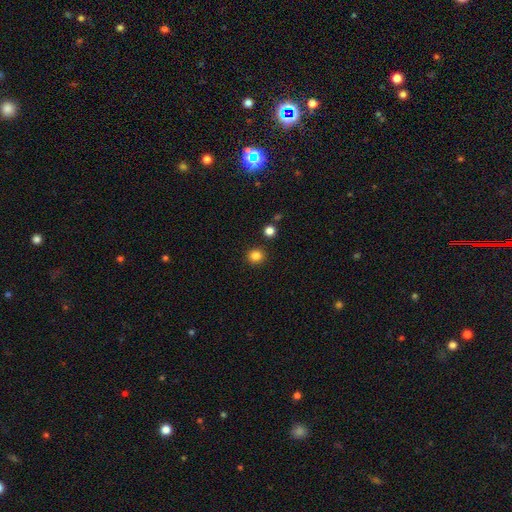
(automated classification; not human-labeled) Morphology: type=smooth (84%); roundness=round (90%); merging=none (90%).